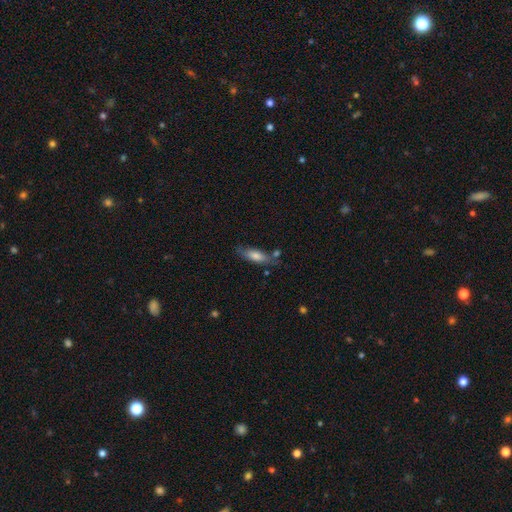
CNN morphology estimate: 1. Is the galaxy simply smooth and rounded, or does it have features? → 72% smooth, 21% featured or disk, 7% star or artifact.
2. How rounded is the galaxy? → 60% in between, 38% cigar-shaped, 2% round.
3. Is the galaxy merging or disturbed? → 63% none, 21% minor disturbance, 10% merger, 6% major disturbance.